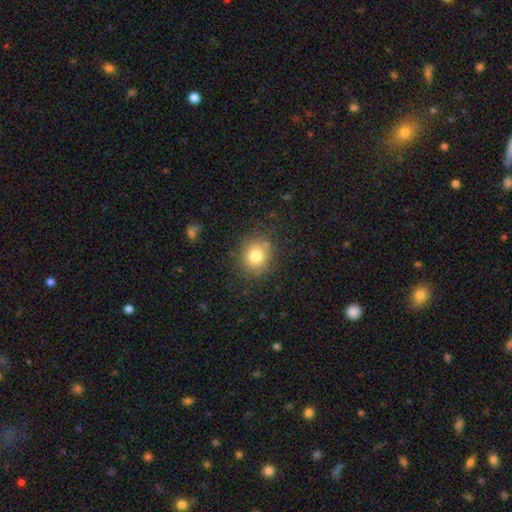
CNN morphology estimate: Q: Smooth or featured?
A: smooth (79%); runner-up: star or artifact (12%)
Q: How rounded?
A: round (81%); runner-up: in between (18%)
Q: Merging?
A: none (81%); runner-up: minor disturbance (12%)